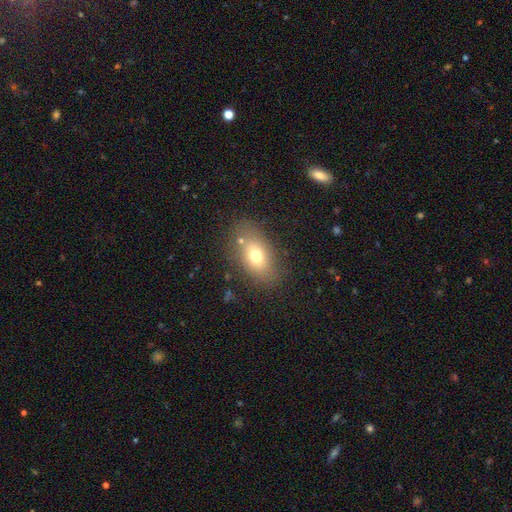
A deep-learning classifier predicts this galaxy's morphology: smooth-or-featured: smooth: 71% | featured or disk: 17% | star or artifact: 11%
  how-rounded: in between: 83% | round: 13% | cigar-shaped: 3%
  merging: none: 75% | minor disturbance: 14% | major disturbance: 5% | merger: 5%